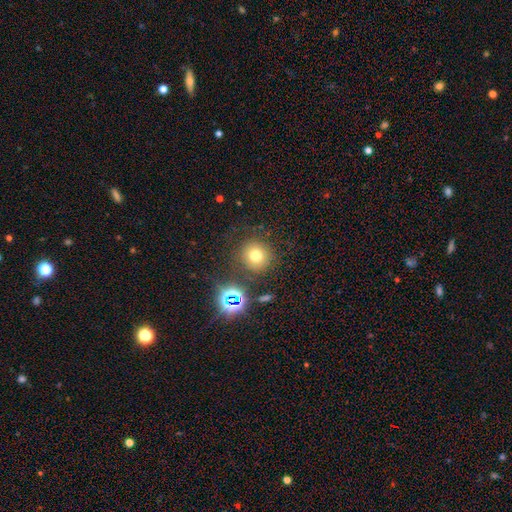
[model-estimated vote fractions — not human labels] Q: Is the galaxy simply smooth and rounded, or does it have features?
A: smooth — 69%.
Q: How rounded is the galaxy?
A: round — 92%.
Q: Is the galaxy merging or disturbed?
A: none — 82%.